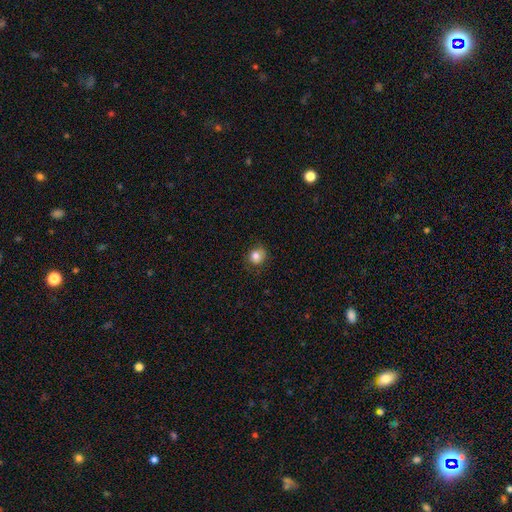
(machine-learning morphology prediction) A smooth galaxy with no disk features (81%) that is round (79%).

Vote fractions:
- Smooth or featured? smooth: 81% / star or artifact: 11% / featured or disk: 8%
- How rounded? round: 79% / in between: 20% / cigar-shaped: 1%
- Merging? none: 80% / minor disturbance: 15% / major disturbance: 4% / merger: 1%